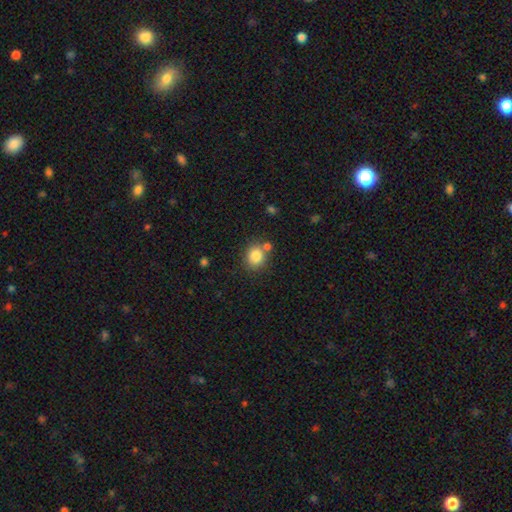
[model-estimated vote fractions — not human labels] Smooth or featured?
  - smooth: 84% *
  - star or artifact: 10%
  - featured or disk: 6%
How rounded?
  - round: 73% *
  - in between: 26%
  - cigar-shaped: 1%
Merging?
  - none: 70% *
  - merger: 16%
  - minor disturbance: 11%
  - major disturbance: 4%